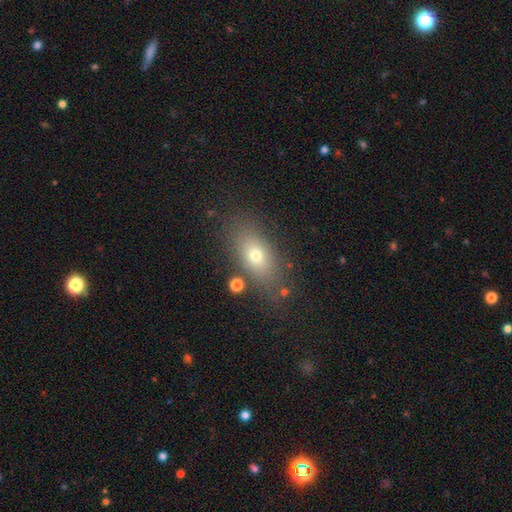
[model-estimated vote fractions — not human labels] A smooth galaxy with no disk features (69%) that is in between round and cigar-shaped (78%). Merging: none (78%).